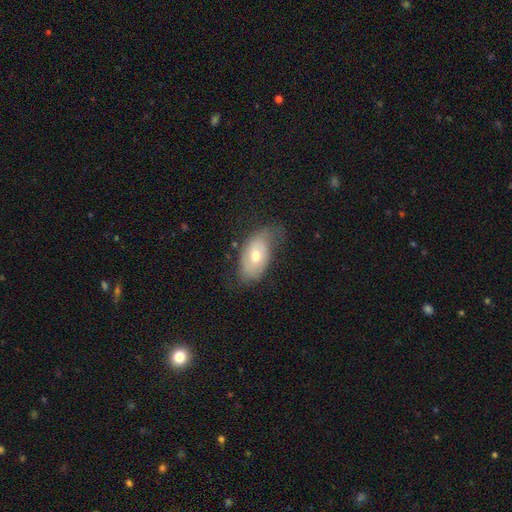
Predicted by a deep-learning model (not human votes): smooth_or_featured: smooth (p=0.56) [alt: featured or disk p=0.36]
how_rounded: in between (p=0.91) [alt: round p=0.07]
merging: none (p=0.48) [alt: minor disturbance p=0.34]